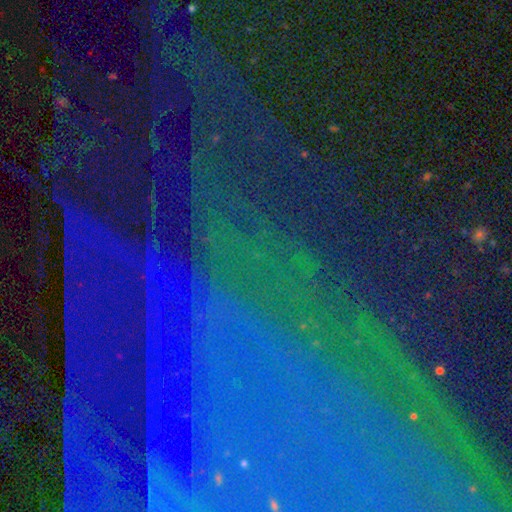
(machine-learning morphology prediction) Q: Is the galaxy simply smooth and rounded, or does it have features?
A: star or artifact — 86%.